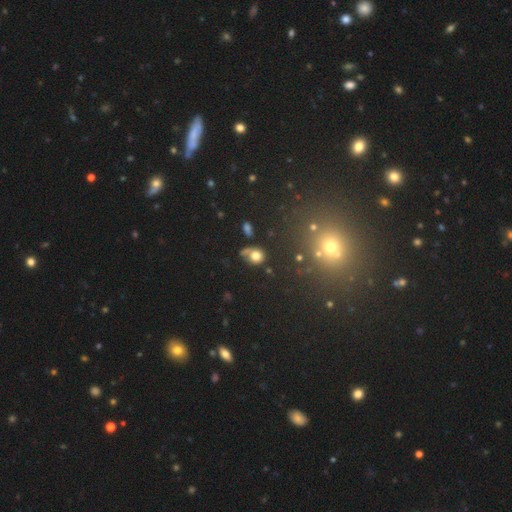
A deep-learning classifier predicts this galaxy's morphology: Q: Smooth or featured?
A: smooth (69%); runner-up: featured or disk (18%)
Q: How rounded?
A: round (66%); runner-up: in between (33%)
Q: Merging?
A: none (45%); runner-up: minor disturbance (24%)